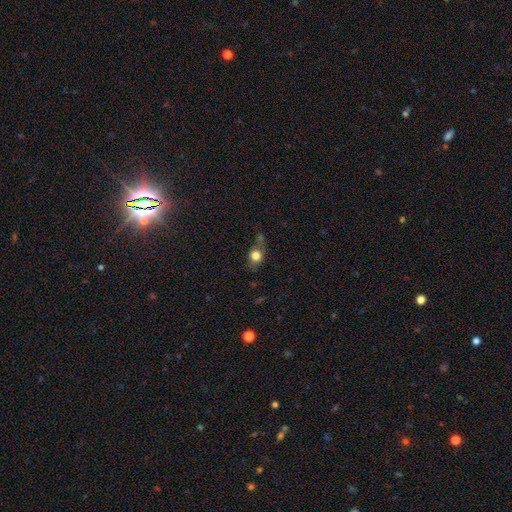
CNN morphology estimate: A smooth galaxy with no disk features (75%) that is round (63%). Merging: none (47%).